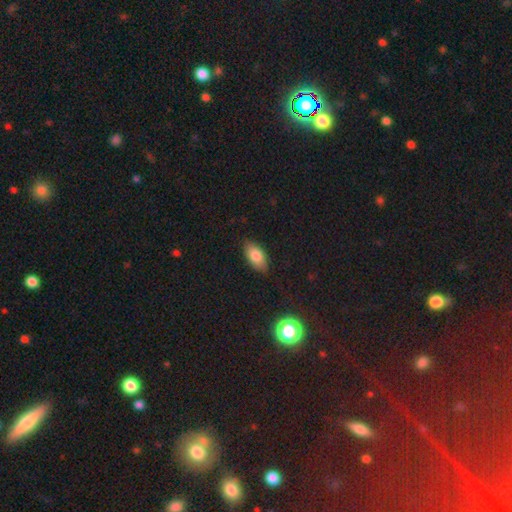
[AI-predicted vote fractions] A smooth galaxy with no disk features (81%) that is in between round and cigar-shaped (91%). Merging: none (83%).